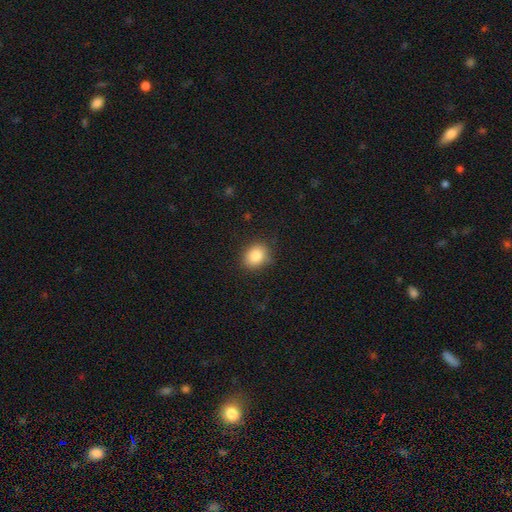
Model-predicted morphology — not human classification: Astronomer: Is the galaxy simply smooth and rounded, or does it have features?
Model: smooth — 85%.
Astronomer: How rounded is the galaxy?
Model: round — 54% (runner-up: in between, 45%).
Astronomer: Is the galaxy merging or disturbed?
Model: none — 84%.